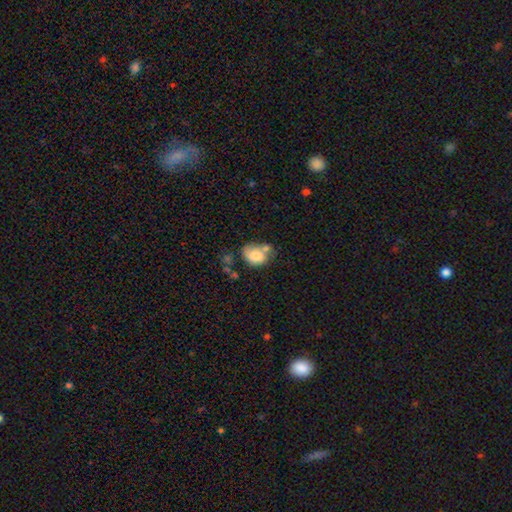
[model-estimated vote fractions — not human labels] This is likely a smooth galaxy (74%). How rounded: likely in between (61%). Merging: marginally merger (34%).